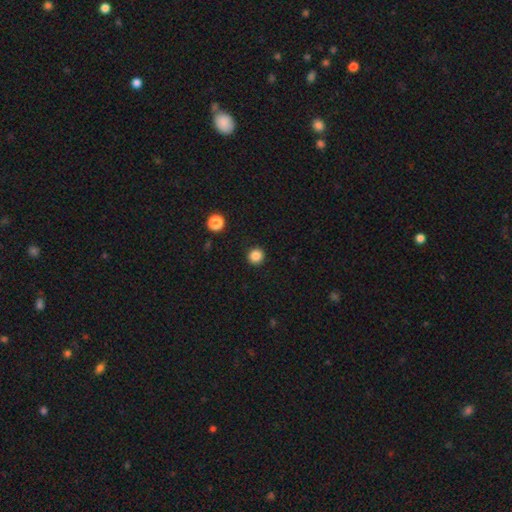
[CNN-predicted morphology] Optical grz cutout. It shows a smooth galaxy with no disk features (86%) that is round (94%). Merging: none (93%).